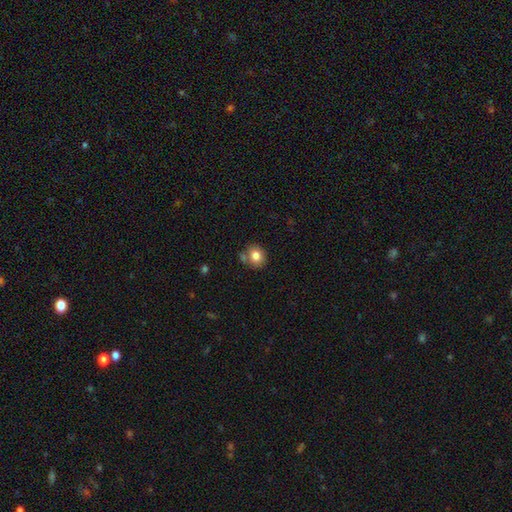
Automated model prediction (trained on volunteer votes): Overall: smooth (81%). How rounded: round (69%; in between 30%). Merging: none (67%).